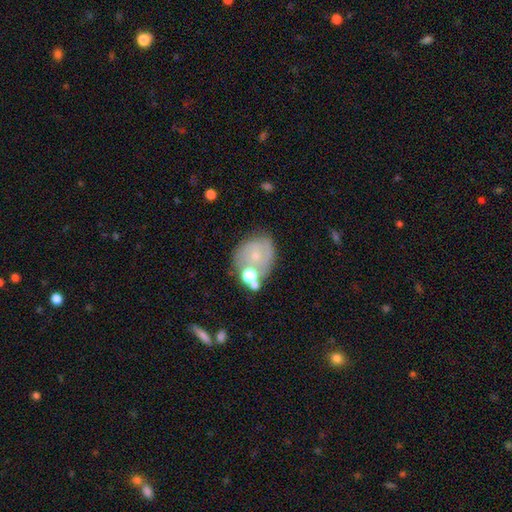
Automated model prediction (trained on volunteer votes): This is possibly a smooth galaxy (50%). How rounded: likely round (60%). Merging: possibly none (49%).